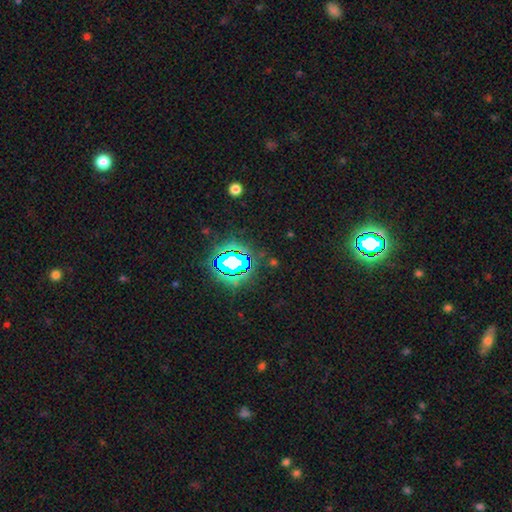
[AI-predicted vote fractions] This is clearly a star or artifact rather than a galaxy (81%).